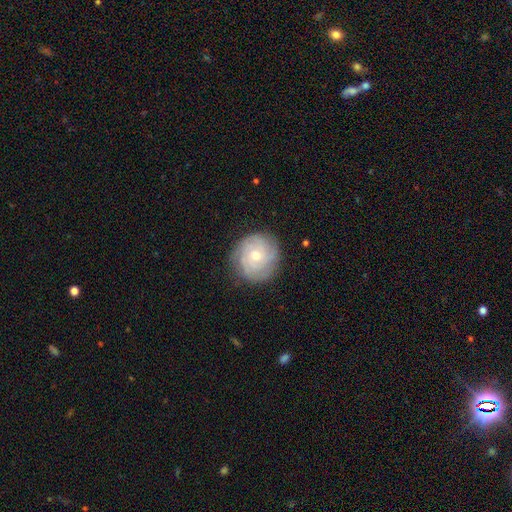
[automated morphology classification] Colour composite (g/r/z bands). It shows a featured or disk galaxy (69%) with no bar (80%), tight (74%) spiral arms (92%) and a small central bulge (51%). Merging: none (83%).